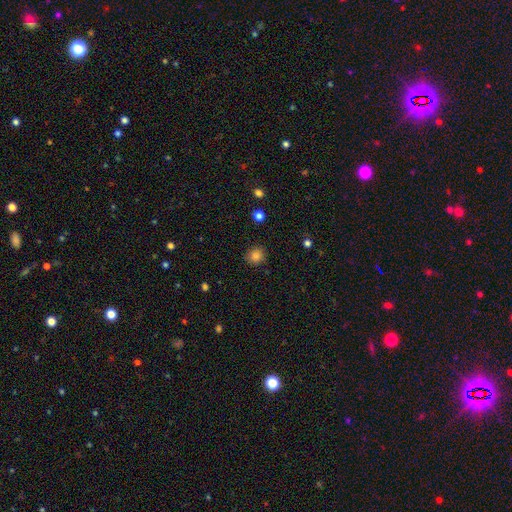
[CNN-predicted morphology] smooth-or-featured: smooth: 83% | star or artifact: 12% | featured or disk: 6%
  how-rounded: round: 84% | in between: 15% | cigar-shaped: 1%
  merging: none: 88% | minor disturbance: 9% | major disturbance: 2% | merger: 1%